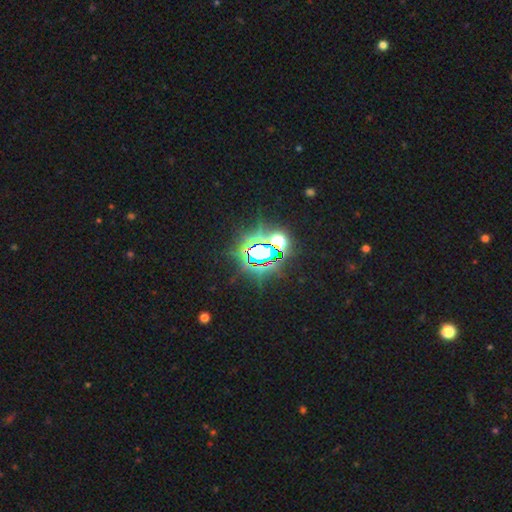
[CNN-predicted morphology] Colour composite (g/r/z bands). It shows a star or artifact, not a galaxy (80%).